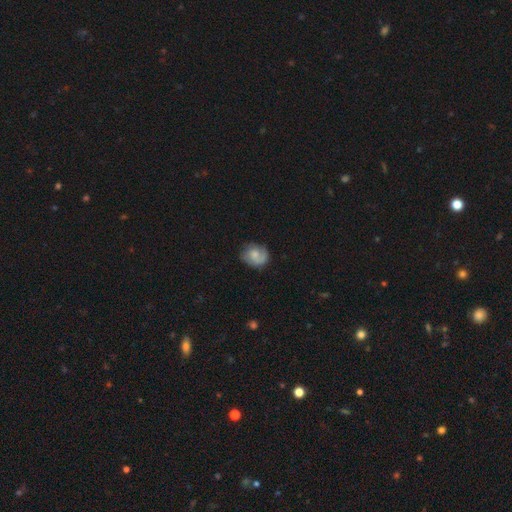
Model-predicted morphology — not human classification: Smooth or featured?
  - featured or disk: 47% *
  - smooth: 46%
  - star or artifact: 7%
Merging?
  - none: 66% *
  - minor disturbance: 22%
  - major disturbance: 10%
  - merger: 2%